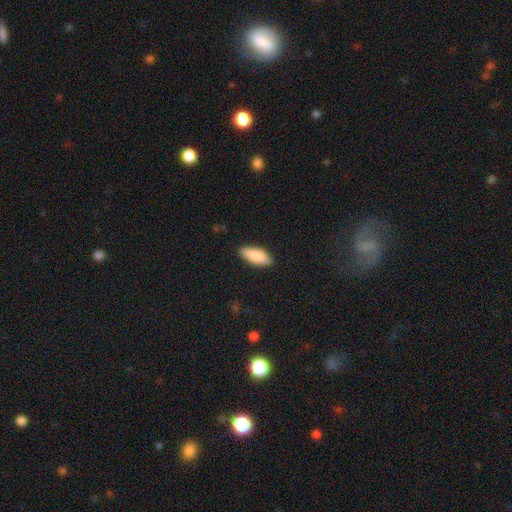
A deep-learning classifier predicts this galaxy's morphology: Smooth or featured: smooth — 82% (featured or disk — 12%)
How rounded: in between — 68% (cigar-shaped — 30%)
Merging: none — 88% (minor disturbance — 9%)